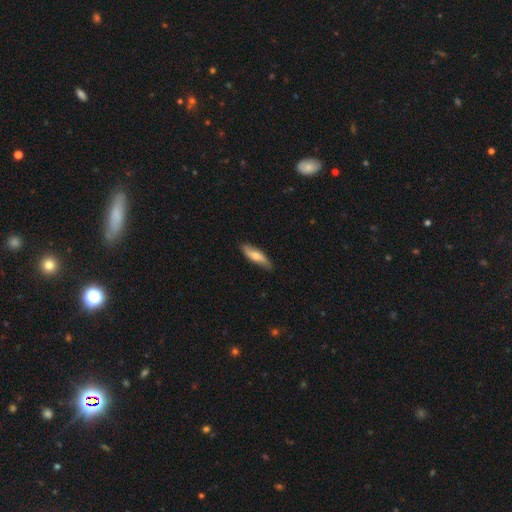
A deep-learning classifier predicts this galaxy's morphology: A smooth galaxy with no disk features (63%) that is cigar-shaped (61%). Merging: none (82%).